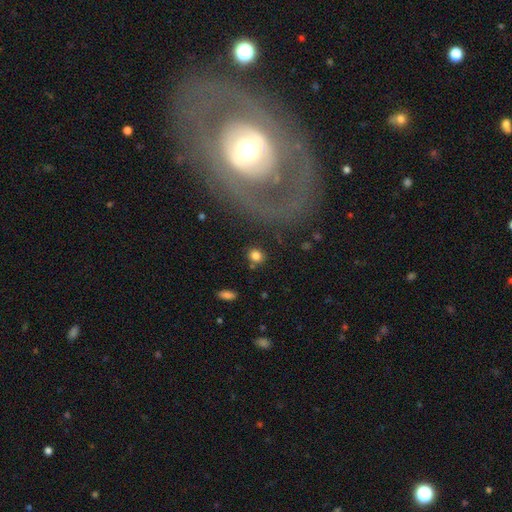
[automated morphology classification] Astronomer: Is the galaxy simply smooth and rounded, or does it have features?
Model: smooth — 81%.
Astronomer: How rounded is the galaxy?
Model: round — 77%.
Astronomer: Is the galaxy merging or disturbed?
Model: none — 80%.